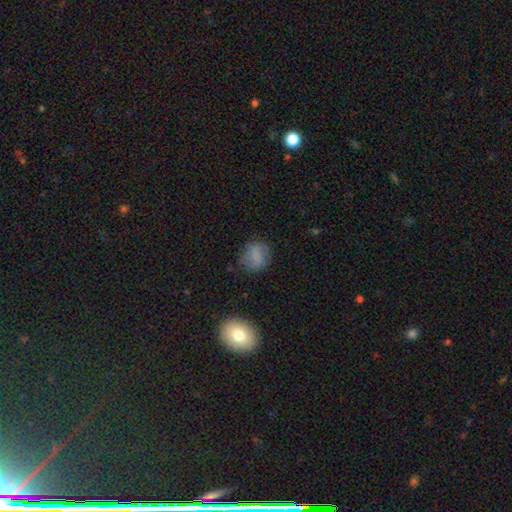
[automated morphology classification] Overall: smooth (73%). How rounded: round (63%; in between 35%). Merging: none (73%).